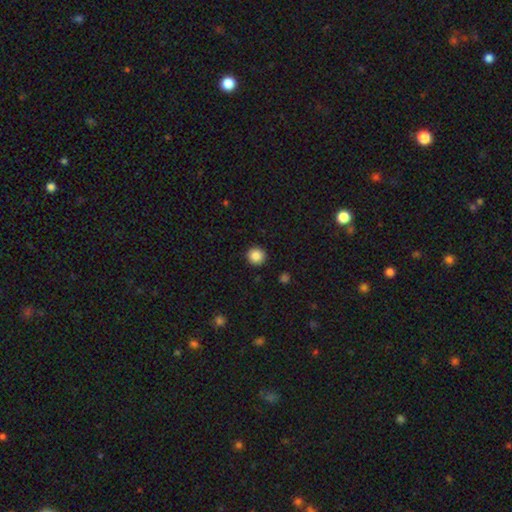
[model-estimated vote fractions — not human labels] Q: Smooth or featured?
A: smooth (86%); runner-up: star or artifact (10%)
Q: How rounded?
A: round (94%); runner-up: in between (5%)
Q: Merging?
A: none (92%); runner-up: minor disturbance (5%)